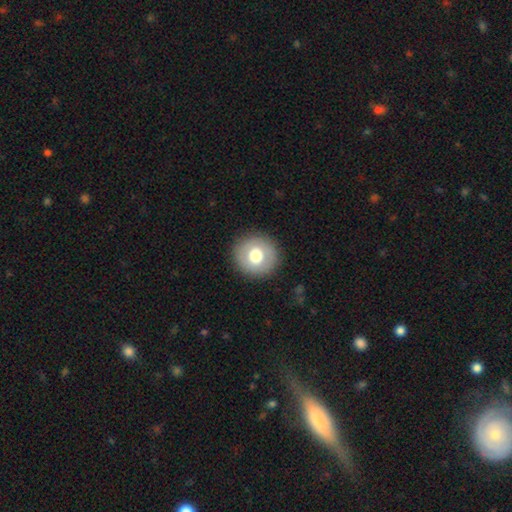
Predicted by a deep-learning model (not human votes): Morphology: type=smooth (70%); roundness=round (94%); merging=none (90%).